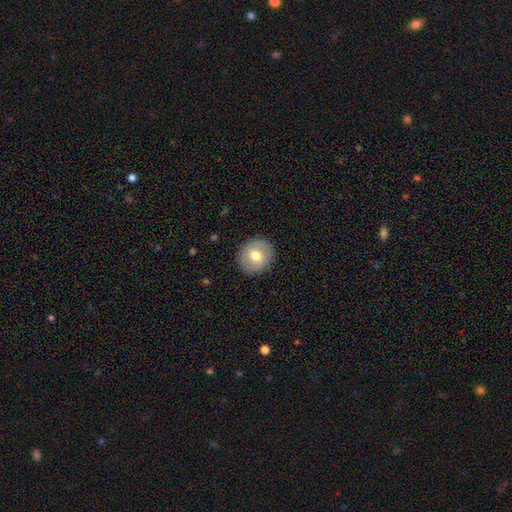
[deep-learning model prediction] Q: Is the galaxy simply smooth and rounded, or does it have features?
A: smooth — 62%.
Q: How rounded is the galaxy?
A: round — 86%.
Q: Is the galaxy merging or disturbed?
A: none — 89%.